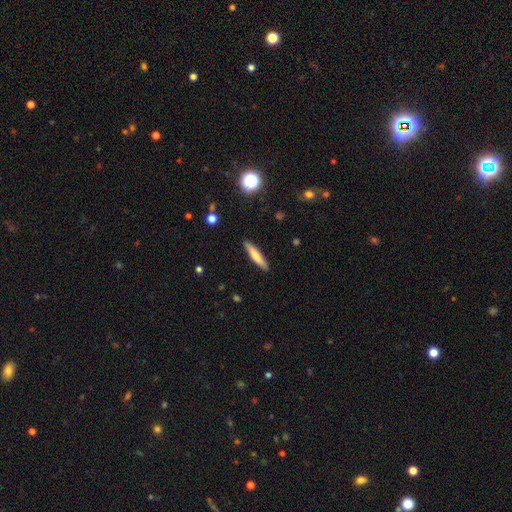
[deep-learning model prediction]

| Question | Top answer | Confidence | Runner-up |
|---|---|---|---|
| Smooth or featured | smooth | 66% | featured or disk (28%) |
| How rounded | cigar-shaped | 88% | in between (10%) |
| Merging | none | 90% | minor disturbance (8%) |